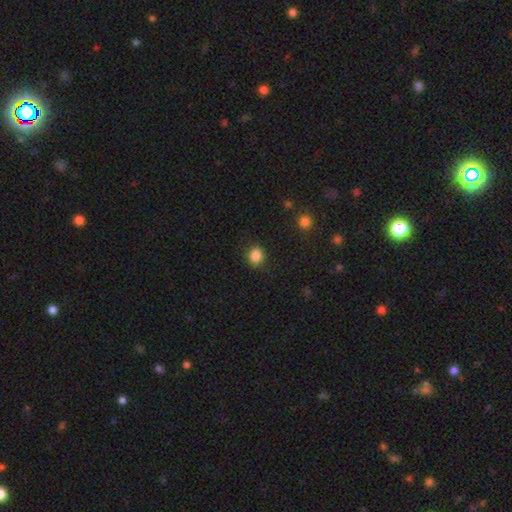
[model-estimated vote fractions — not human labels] smooth_or_featured: smooth (p=0.86) [alt: star or artifact p=0.10]
how_rounded: round (p=0.65) [alt: in between p=0.34]
merging: none (p=0.85) [alt: minor disturbance p=0.11]